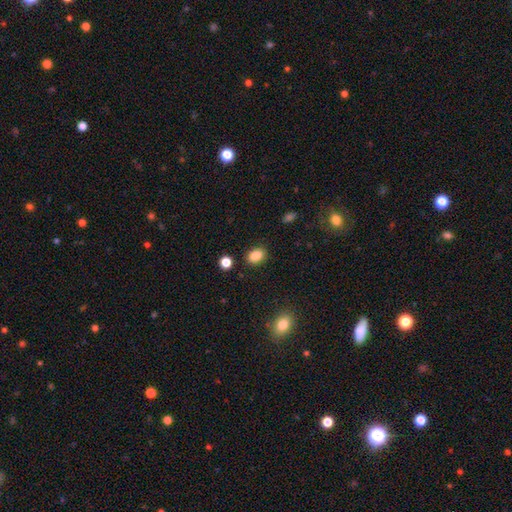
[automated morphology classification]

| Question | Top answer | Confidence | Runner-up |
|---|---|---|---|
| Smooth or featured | smooth | 85% | star or artifact (10%) |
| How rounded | in between | 76% | round (22%) |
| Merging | none | 86% | minor disturbance (9%) |